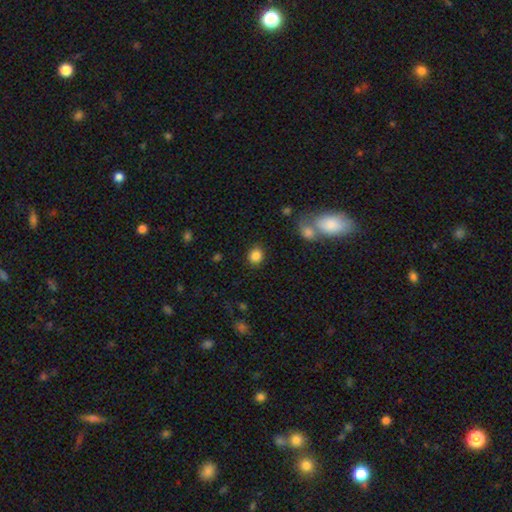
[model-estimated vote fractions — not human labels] smooth 86%, star or artifact 10%, featured or disk 4%. Down the decision tree: how rounded — round (74%); merging — none (87%).